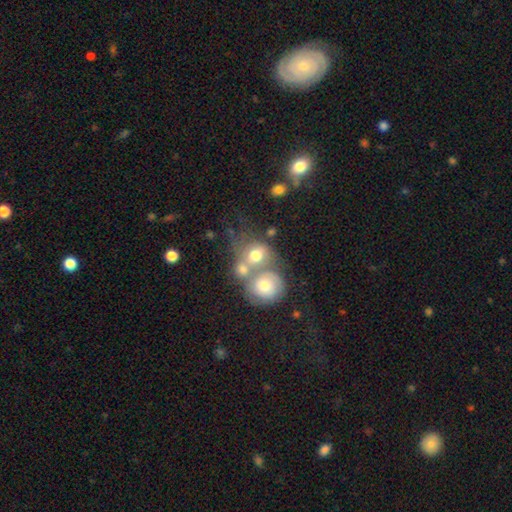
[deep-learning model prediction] This is possibly a smooth galaxy (57%). How rounded: likely round (69%). Merging: likely merger (60%).